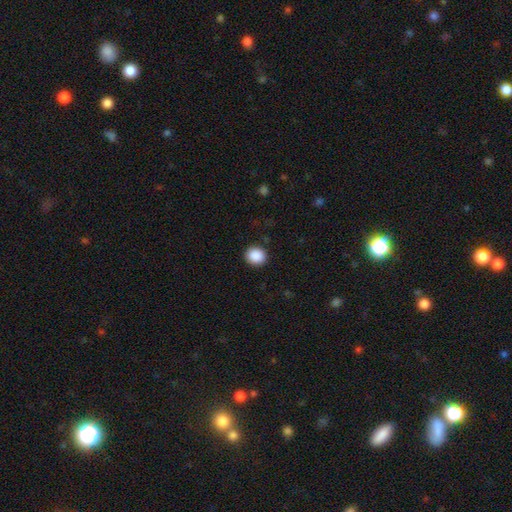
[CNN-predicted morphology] type=smooth (89%); roundness=round (83%); merging=none (91%).